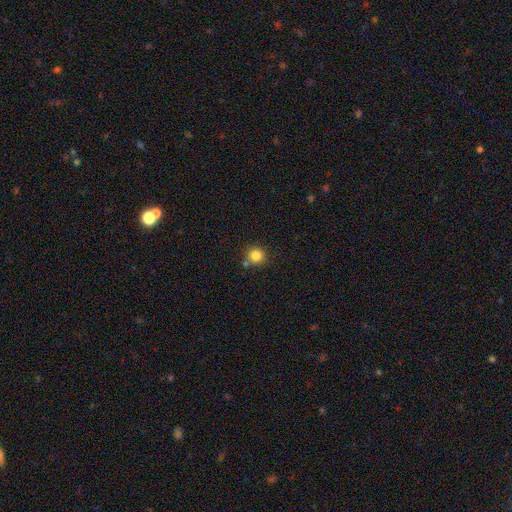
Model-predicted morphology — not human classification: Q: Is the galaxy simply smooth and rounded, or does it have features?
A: smooth — 82%.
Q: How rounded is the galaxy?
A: round — 92%.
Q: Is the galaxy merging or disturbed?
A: none — 75%.